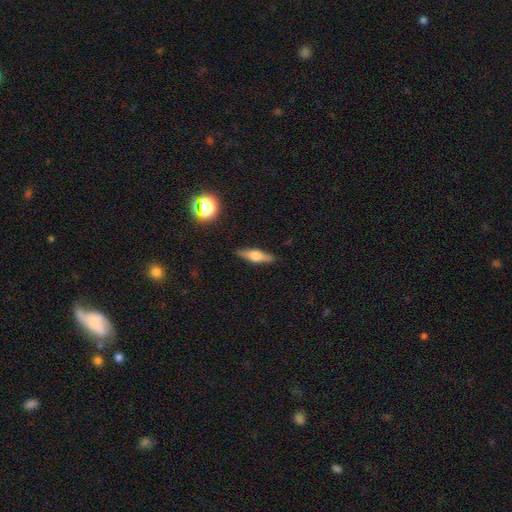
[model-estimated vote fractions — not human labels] This is likely a featured or disk galaxy (60%). It is clearly viewed edge-on (95%). Edge-on bulge: clearly rounded (91%). Merging: clearly none (89%).